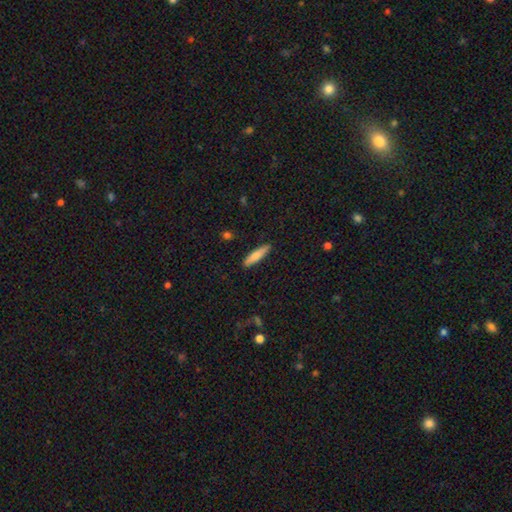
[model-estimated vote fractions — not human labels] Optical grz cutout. It shows a smooth galaxy with no disk features (78%) that is cigar-shaped (84%). Merging: none (90%).